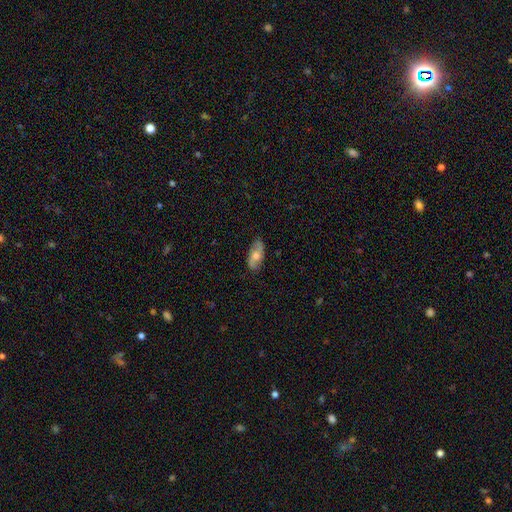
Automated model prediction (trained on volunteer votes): This is possibly a featured or disk galaxy (48%). Merging: clearly none (83%).